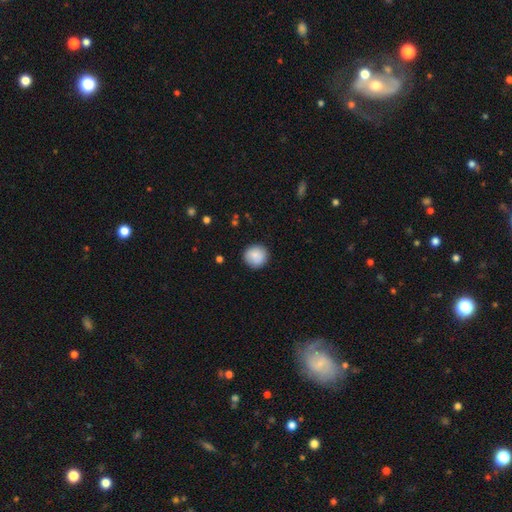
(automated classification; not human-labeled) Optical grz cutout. It shows a smooth galaxy with no disk features (85%) that is round (93%). Merging: none (89%).